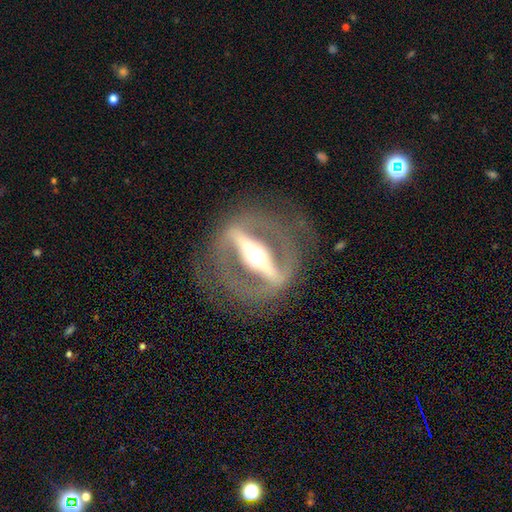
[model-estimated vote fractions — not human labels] Smooth or featured: featured or disk — 87% (smooth — 8%)
Edge-on disk: no — 59% (yes — 41%)
Bar: strong — 90% (weak — 6%)
Spiral arms: no — 64% (yes — 36%)
Bulge size: moderate — 65% (large — 19%)
Merging: none — 72% (major disturbance — 15%)